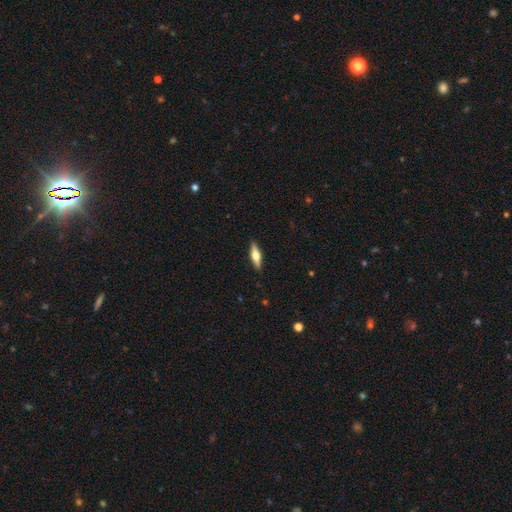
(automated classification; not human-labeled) Morphology: type=featured or disk (56%); edge-on=yes (95%); edge-on bulge=rounded (94%); merging=none (90%).